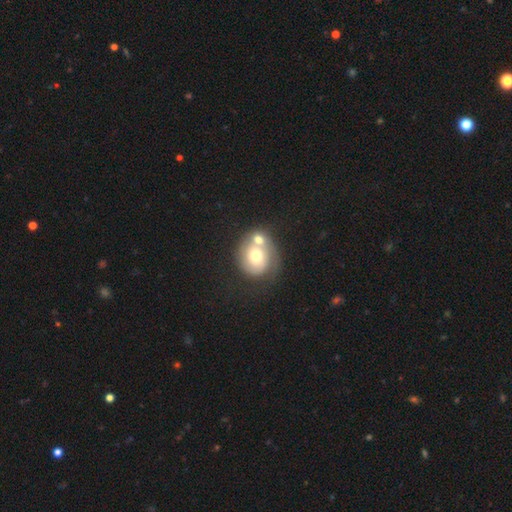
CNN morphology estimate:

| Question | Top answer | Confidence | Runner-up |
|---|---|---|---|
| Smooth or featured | smooth | 52% | featured or disk (40%) |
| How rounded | round | 71% | in between (28%) |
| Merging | merger | 52% | none (29%) |